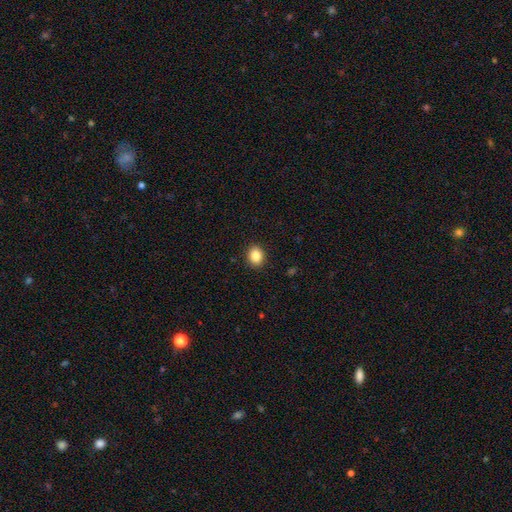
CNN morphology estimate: Smooth or featured? Predicted: smooth (p=0.87). How rounded? Predicted: round (p=0.55). Merging? Predicted: none (p=0.90).